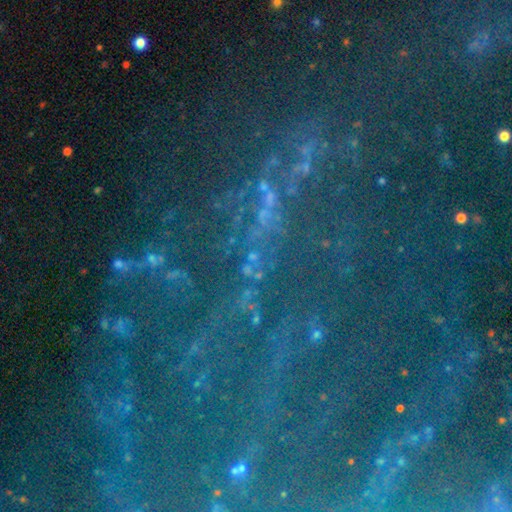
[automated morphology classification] This appears to be a star or artifact, not a galaxy (66%).